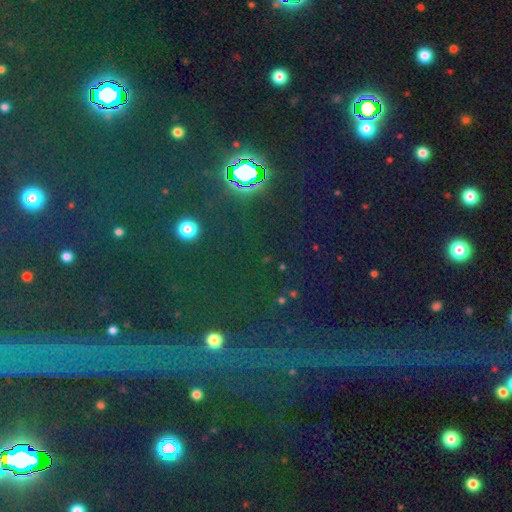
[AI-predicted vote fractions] star or artifact 79%, smooth 14%, featured or disk 8%.